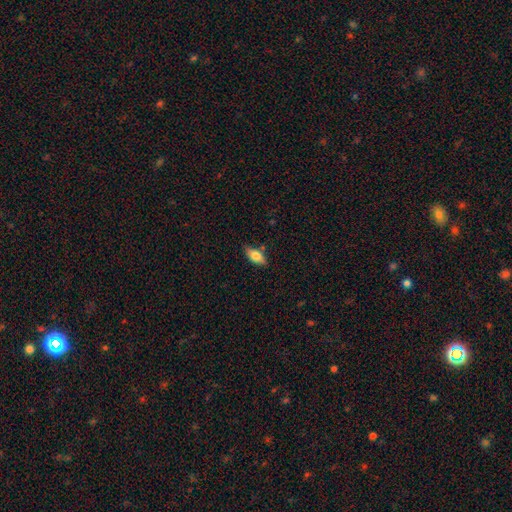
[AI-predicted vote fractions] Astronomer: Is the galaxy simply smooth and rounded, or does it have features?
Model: smooth — 73%.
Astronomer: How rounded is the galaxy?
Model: in between — 84%.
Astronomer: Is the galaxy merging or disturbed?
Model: none — 78%.